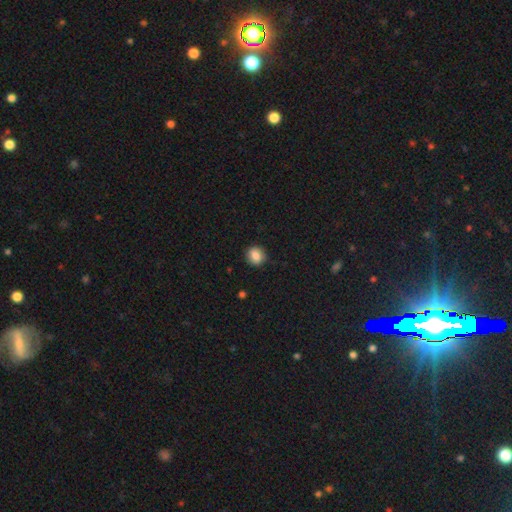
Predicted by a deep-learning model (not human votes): Morphology: type=smooth (84%); roundness=round (79%); merging=none (87%).